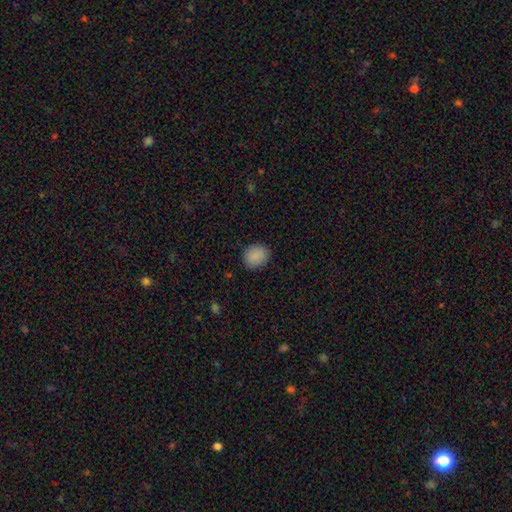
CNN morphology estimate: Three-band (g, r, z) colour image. It shows a smooth galaxy with no disk features (88%) that is round (70%). Merging: none (87%).